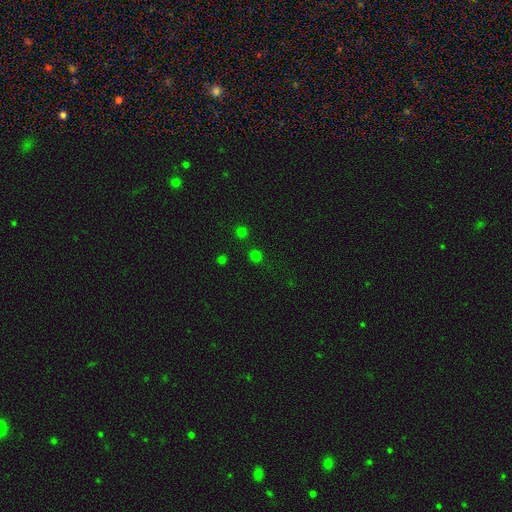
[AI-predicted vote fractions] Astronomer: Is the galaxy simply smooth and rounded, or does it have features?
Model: smooth — 70%.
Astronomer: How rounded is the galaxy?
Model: round — 90%.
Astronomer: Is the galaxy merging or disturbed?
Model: none — 87%.